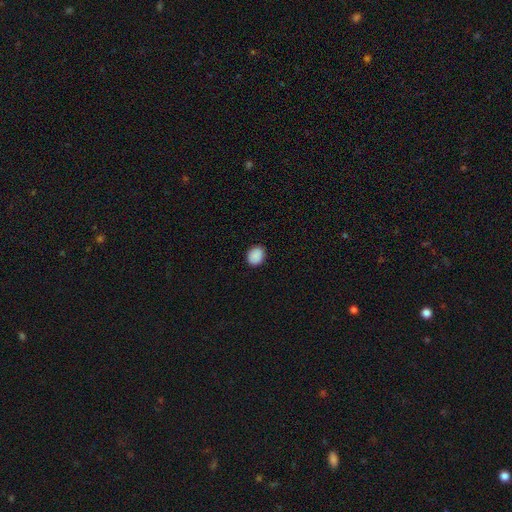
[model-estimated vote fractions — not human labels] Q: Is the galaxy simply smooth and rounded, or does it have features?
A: smooth — 90%.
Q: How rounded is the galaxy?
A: round — 56%.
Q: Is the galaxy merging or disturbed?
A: none — 90%.